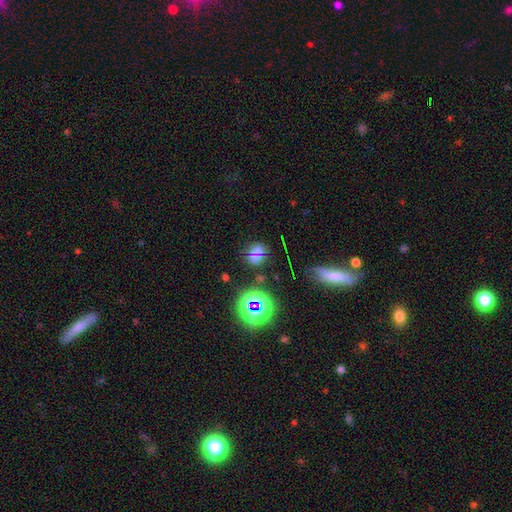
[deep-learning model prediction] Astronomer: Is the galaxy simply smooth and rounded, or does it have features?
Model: smooth — 50% (runner-up: star or artifact, 40%).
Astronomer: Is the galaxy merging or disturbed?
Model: none — 74%.